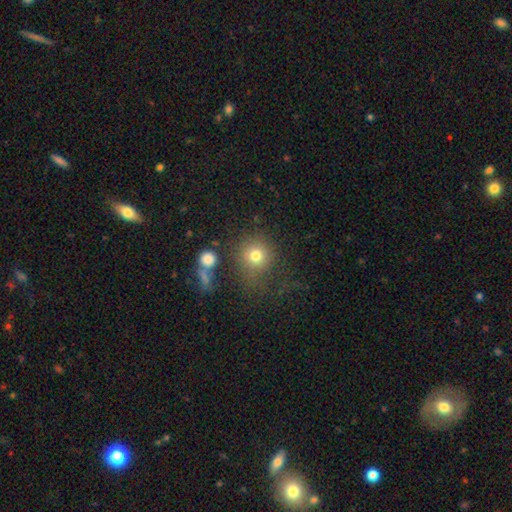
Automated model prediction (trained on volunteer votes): Smooth or featured?
  - smooth: 77% *
  - star or artifact: 14%
  - featured or disk: 10%
How rounded?
  - round: 90% *
  - in between: 9%
  - cigar-shaped: 1%
Merging?
  - none: 67% *
  - minor disturbance: 13%
  - major disturbance: 11%
  - merger: 8%